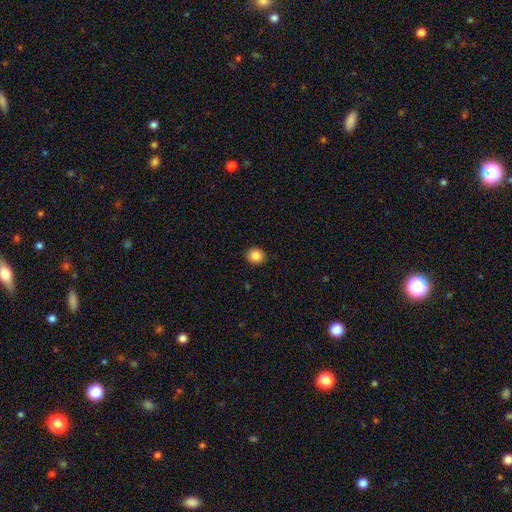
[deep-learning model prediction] Smooth or featured? smooth (86%)
How rounded? round (78%)
Merging? none (91%)